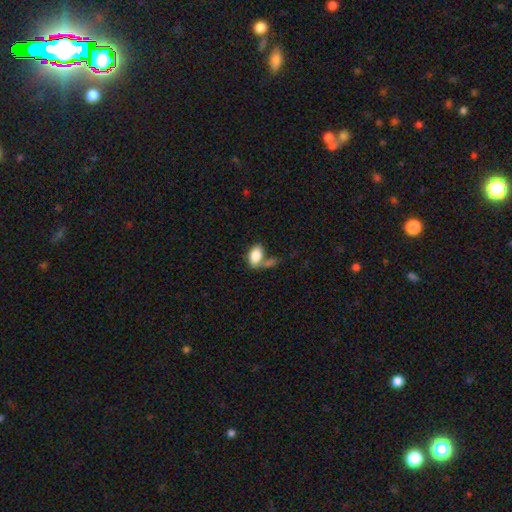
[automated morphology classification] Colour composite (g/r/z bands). It shows a smooth galaxy with no disk features (83%) that is in between round and cigar-shaped (90%). Merging: none (40%).